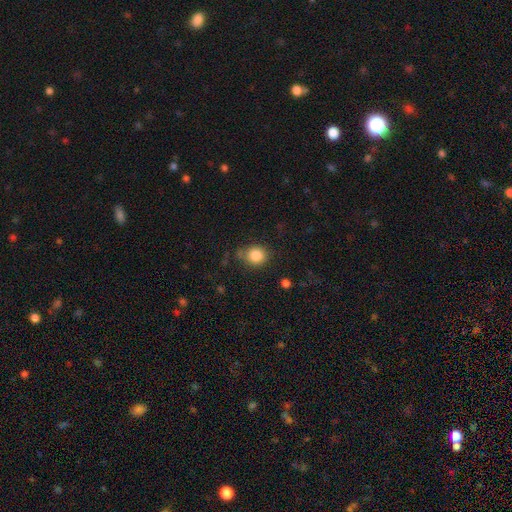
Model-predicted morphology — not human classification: Smooth or featured: smooth — 84% (star or artifact — 10%)
How rounded: round — 77% (in between — 22%)
Merging: none — 70% (minor disturbance — 20%)